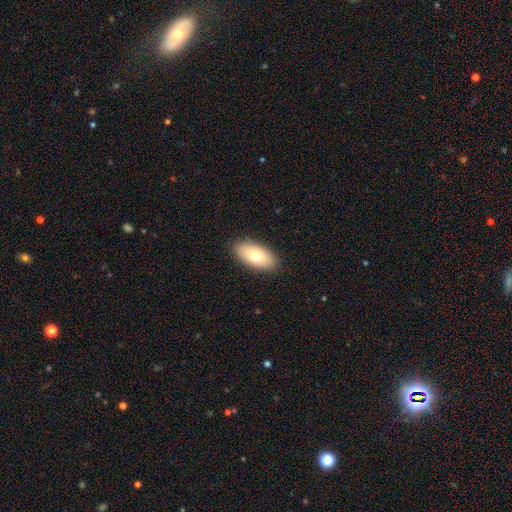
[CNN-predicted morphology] This is likely a smooth galaxy (73%). How rounded: clearly in between (92%). Merging: clearly none (89%).